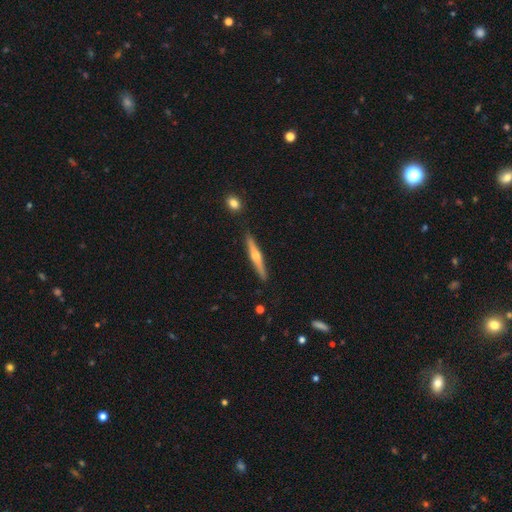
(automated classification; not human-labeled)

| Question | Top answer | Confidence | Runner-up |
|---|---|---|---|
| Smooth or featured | featured or disk | 63% | smooth (31%) |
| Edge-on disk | yes | 97% | no (3%) |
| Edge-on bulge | rounded | 87% | none (7%) |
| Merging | none | 90% | minor disturbance (7%) |